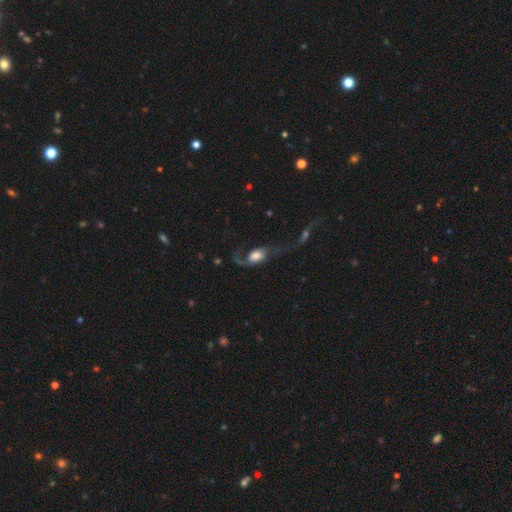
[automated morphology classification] smooth-or-featured: featured or disk: 60% | smooth: 32% | star or artifact: 8%
  disk-edge-on: no: 92% | yes: 8%
    bar: no: 60% | weak: 30% | strong: 10%
    has-spiral-arms: yes: 82% | no: 18%
    bulge-size: large: 49% | moderate: 26% | dominant: 12% | small: 7% | none: 5%
  merging: major disturbance: 45% | none: 26% | merger: 16% | minor disturbance: 14%